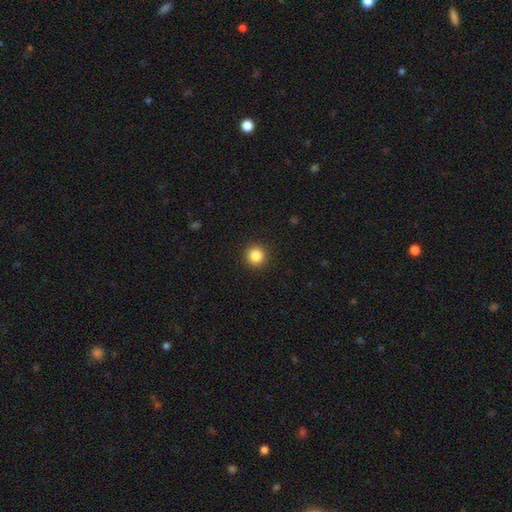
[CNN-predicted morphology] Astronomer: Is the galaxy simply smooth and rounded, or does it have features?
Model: smooth — 87%.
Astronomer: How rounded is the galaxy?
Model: round — 94%.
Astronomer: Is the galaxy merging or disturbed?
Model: none — 92%.